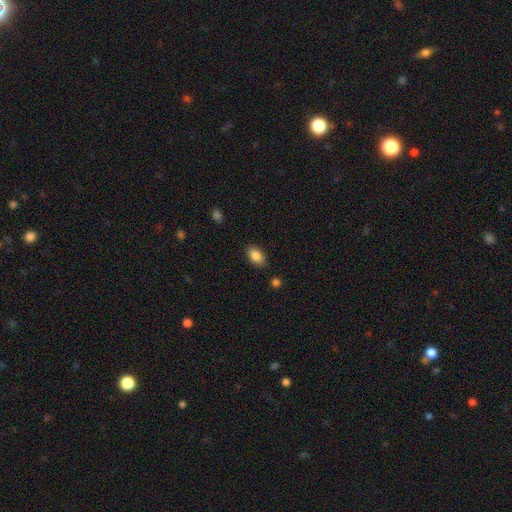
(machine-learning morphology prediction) smooth_or_featured: smooth (p=0.86) [alt: star or artifact p=0.08]
how_rounded: in between (p=0.90) [alt: round p=0.08]
merging: none (p=0.84) [alt: minor disturbance p=0.12]